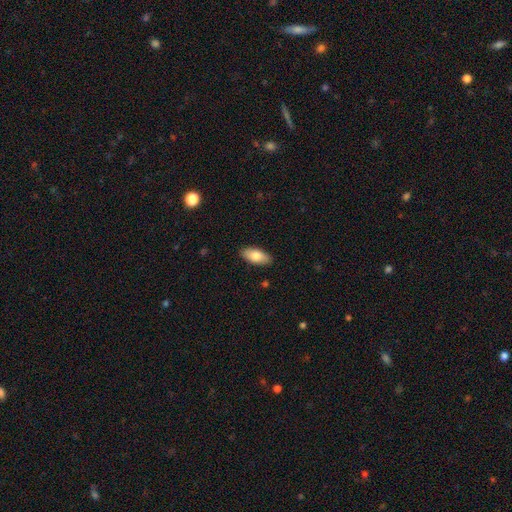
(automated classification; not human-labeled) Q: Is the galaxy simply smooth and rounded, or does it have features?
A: smooth — 80%.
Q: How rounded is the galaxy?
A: in between — 88%.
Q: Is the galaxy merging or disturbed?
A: none — 88%.